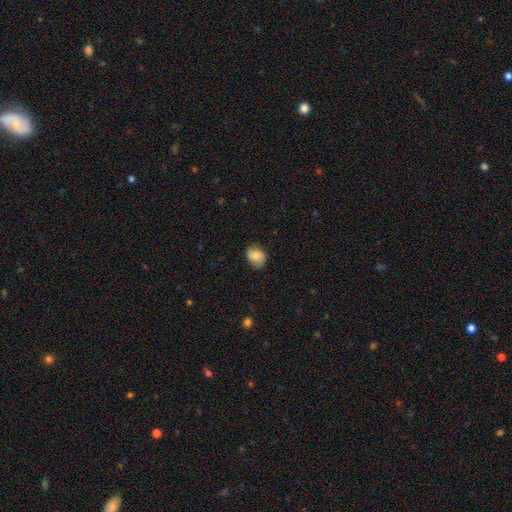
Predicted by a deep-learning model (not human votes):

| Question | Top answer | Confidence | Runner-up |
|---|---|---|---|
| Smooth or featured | smooth | 74% | featured or disk (17%) |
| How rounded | round | 58% | in between (41%) |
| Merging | none | 75% | minor disturbance (19%) |